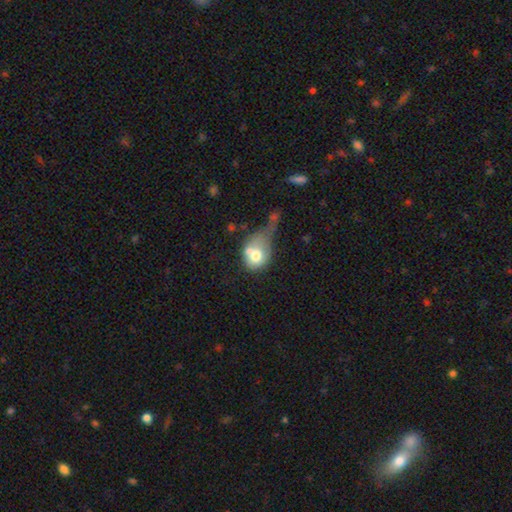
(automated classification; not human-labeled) This appears to be a smooth galaxy with no disk features (69%) that is in between round and cigar-shaped (50%). Merging: merger (36%).